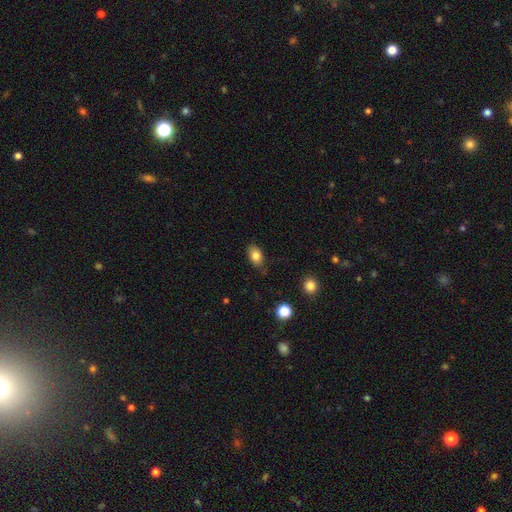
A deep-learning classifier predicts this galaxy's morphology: This appears to be a smooth galaxy with no disk features (81%) that is in between round and cigar-shaped (82%). Merging: none (78%).